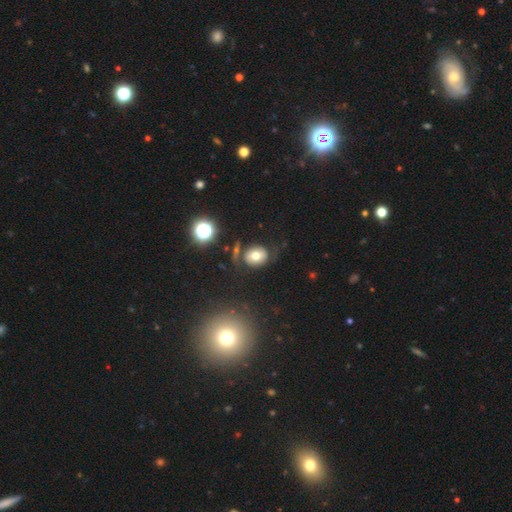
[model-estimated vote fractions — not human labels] smooth 62%, featured or disk 25%, star or artifact 13%. Down the decision tree: how rounded — round (54%); merging — none (67%).